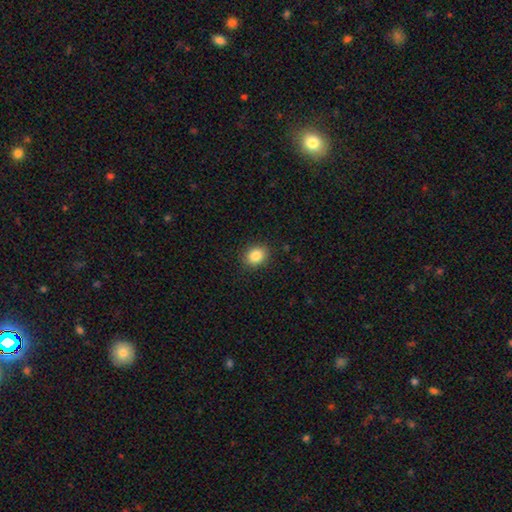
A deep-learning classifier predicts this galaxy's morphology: Smooth or featured?
  - smooth: 86% *
  - star or artifact: 9%
  - featured or disk: 5%
How rounded?
  - round: 53% *
  - in between: 46%
  - cigar-shaped: 1%
Merging?
  - none: 88% *
  - minor disturbance: 8%
  - major disturbance: 3%
  - merger: 1%